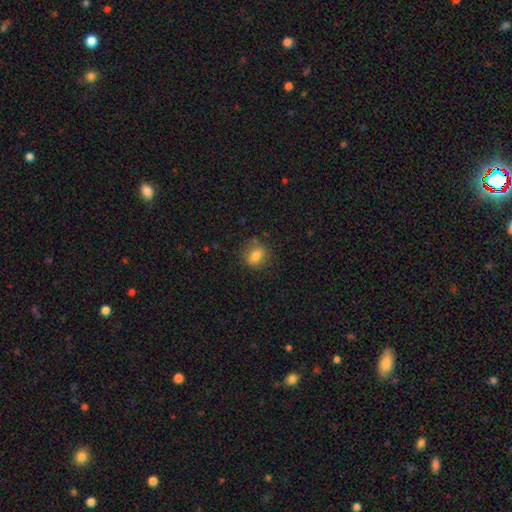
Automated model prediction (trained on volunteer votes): Q: Smooth or featured?
A: smooth (79%); runner-up: star or artifact (10%)
Q: How rounded?
A: round (52%); runner-up: in between (47%)
Q: Merging?
A: none (80%); runner-up: minor disturbance (14%)